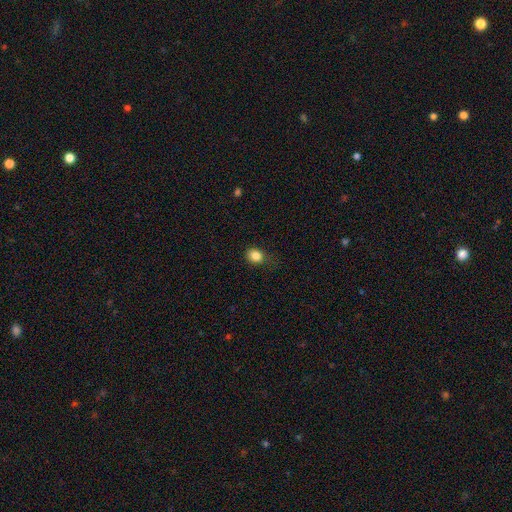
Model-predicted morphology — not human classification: This appears to be a smooth galaxy with no disk features (84%) that is round (64%). Merging: none (72%).